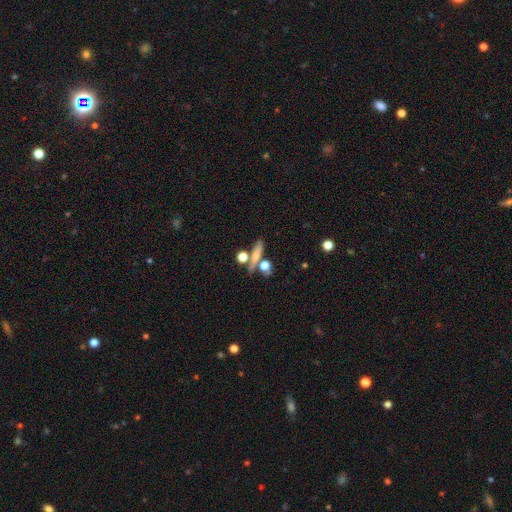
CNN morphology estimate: Smooth or featured?
  - smooth: 66% *
  - featured or disk: 21%
  - star or artifact: 14%
How rounded?
  - cigar-shaped: 60% *
  - in between: 21%
  - round: 19%
Merging?
  - none: 64% *
  - merger: 19%
  - minor disturbance: 11%
  - major disturbance: 6%